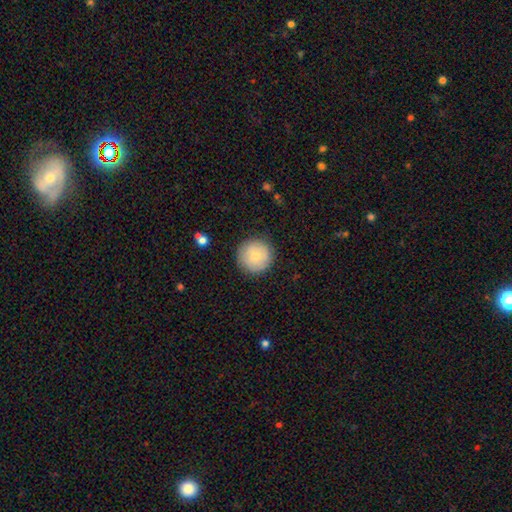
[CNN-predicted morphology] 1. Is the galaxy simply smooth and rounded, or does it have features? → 71% smooth, 22% featured or disk, 7% star or artifact.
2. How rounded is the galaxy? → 96% round, 3% in between, 1% cigar-shaped.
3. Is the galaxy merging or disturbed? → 88% none, 9% minor disturbance, 3% major disturbance, 1% merger.